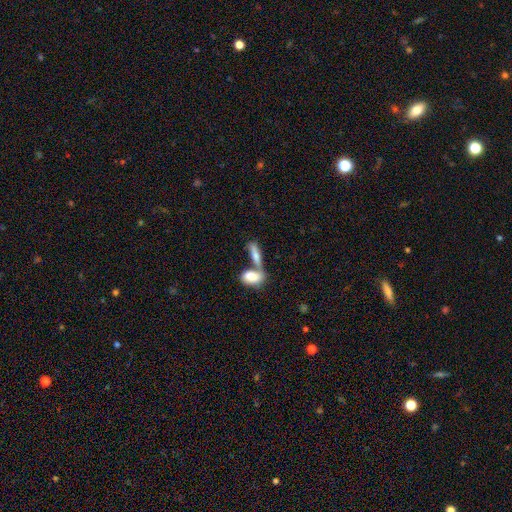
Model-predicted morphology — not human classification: Smooth or featured? smooth (74%)
How rounded? in between (64%)
Merging? merger (55%)